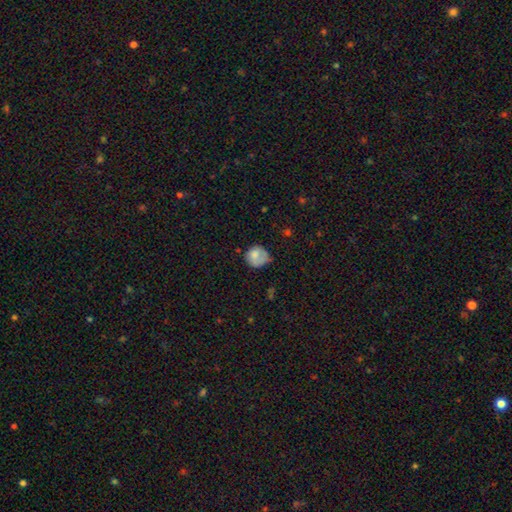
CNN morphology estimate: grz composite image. It shows a smooth galaxy with no disk features (74%) that is round (79%). Merging: none (47%).